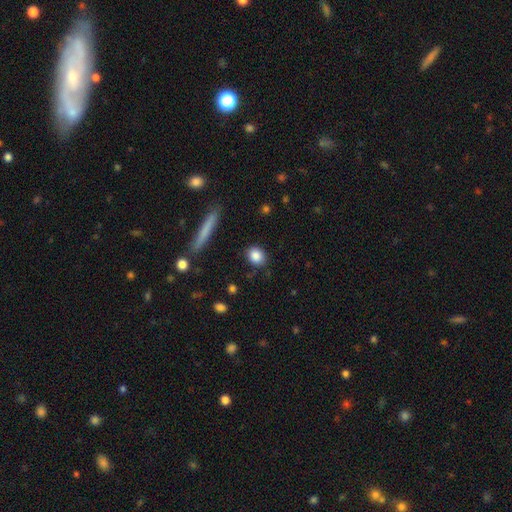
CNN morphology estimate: Smooth or featured? smooth (86%)
How rounded? round (63%)
Merging? none (84%)